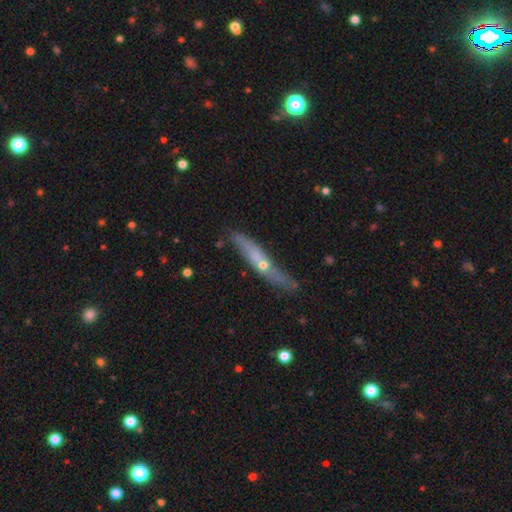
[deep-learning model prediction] This is possibly a featured or disk galaxy (54%). It is clearly viewed edge-on (82%). Merging: likely none (71%).